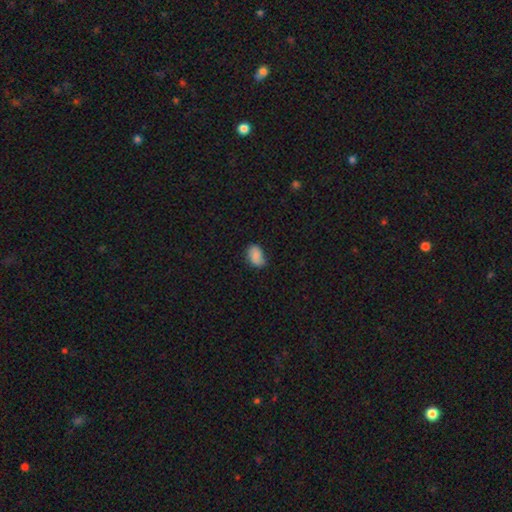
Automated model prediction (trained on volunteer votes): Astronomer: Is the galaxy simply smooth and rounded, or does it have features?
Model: smooth — 81%.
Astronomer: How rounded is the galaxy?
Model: in between — 86%.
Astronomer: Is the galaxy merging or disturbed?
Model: none — 65%.